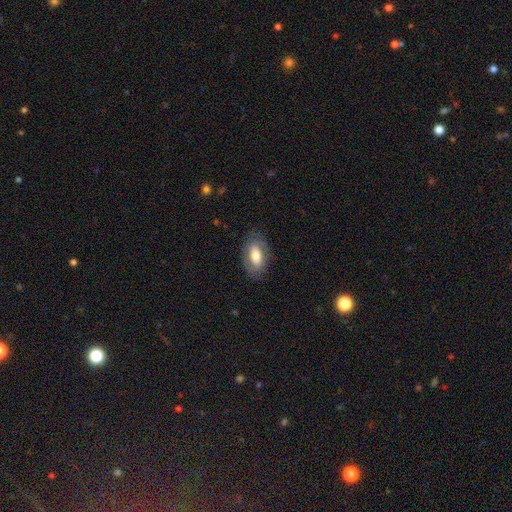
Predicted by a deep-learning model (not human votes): smooth-or-featured: smooth: 59% | featured or disk: 34% | star or artifact: 6%
  how-rounded: in between: 91% | round: 4% | cigar-shaped: 4%
  merging: none: 80% | minor disturbance: 14% | major disturbance: 5% | merger: 1%